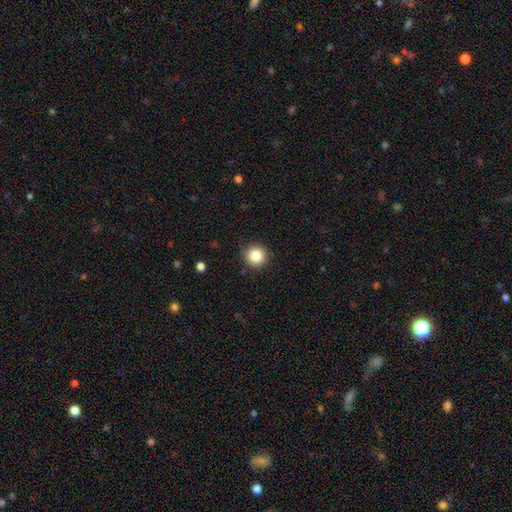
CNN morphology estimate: A smooth galaxy with no disk features (83%) that is round (94%).

Vote fractions:
- Smooth or featured? smooth: 83% / star or artifact: 11% / featured or disk: 6%
- How rounded? round: 94% / in between: 5% / cigar-shaped: 1%
- Merging? none: 90% / minor disturbance: 7% / major disturbance: 2% / merger: 1%